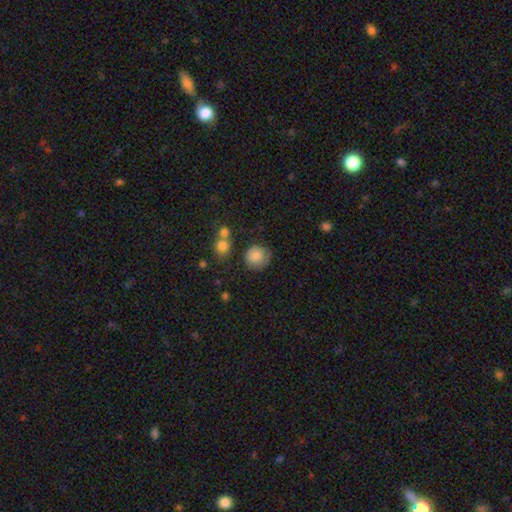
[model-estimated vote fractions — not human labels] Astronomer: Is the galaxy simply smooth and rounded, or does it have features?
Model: smooth — 81%.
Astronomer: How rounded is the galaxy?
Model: round — 85%.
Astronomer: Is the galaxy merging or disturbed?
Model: none — 63%.